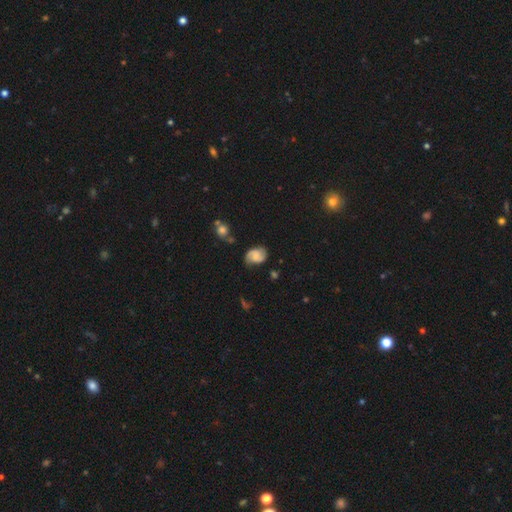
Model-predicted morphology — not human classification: type=featured or disk (61%); edge-on=no (97%); bar=no (53%); spiral arms=yes (93%); winding=medium (46%); arm count=2 (87%); bulge=small (34%); merging=none (71%).